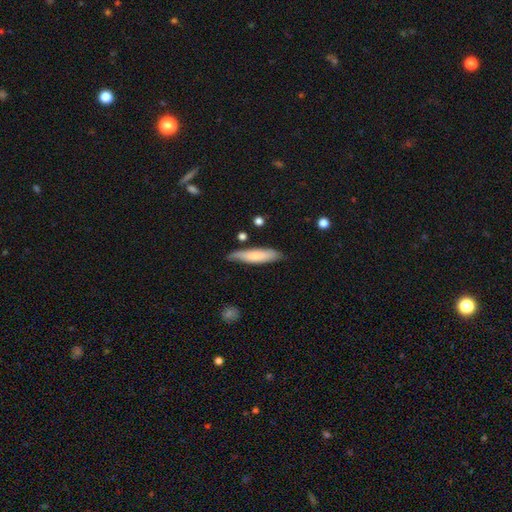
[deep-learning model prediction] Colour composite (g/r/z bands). It shows a smooth galaxy with no disk features (74%) that is cigar-shaped (74%). Merging: none (72%).